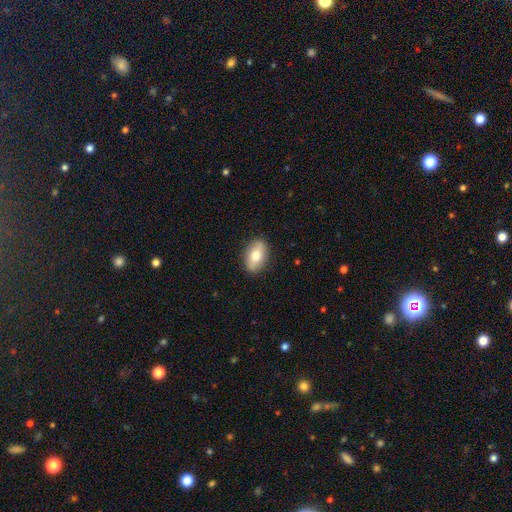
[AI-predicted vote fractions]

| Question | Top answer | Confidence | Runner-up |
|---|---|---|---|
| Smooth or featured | smooth | 68% | featured or disk (25%) |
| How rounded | in between | 87% | round (10%) |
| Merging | none | 87% | minor disturbance (10%) |